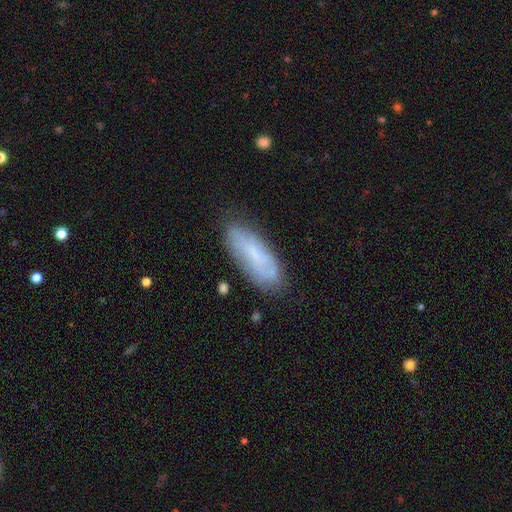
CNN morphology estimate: Smooth or featured: smooth — 57% (featured or disk — 35%)
How rounded: in between — 64% (cigar-shaped — 34%)
Merging: none — 72% (minor disturbance — 20%)